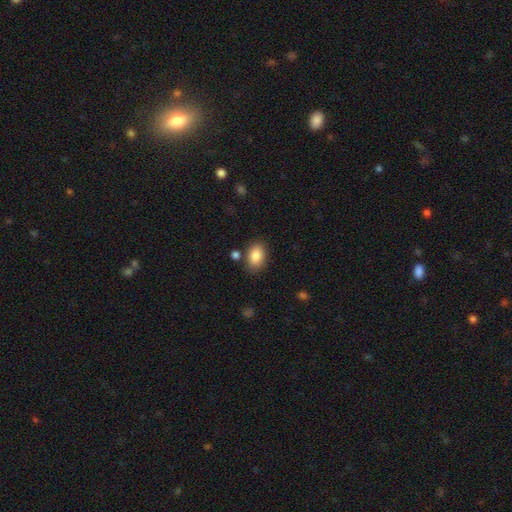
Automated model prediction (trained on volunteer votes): Smooth or featured: smooth — 86% (star or artifact — 8%)
How rounded: in between — 84% (round — 14%)
Merging: none — 80% (minor disturbance — 11%)